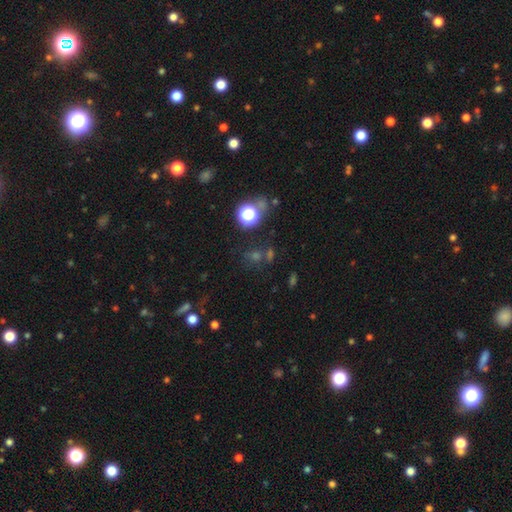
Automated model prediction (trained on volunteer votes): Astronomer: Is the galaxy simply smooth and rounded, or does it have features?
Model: star or artifact — 53% (runner-up: smooth, 37%).